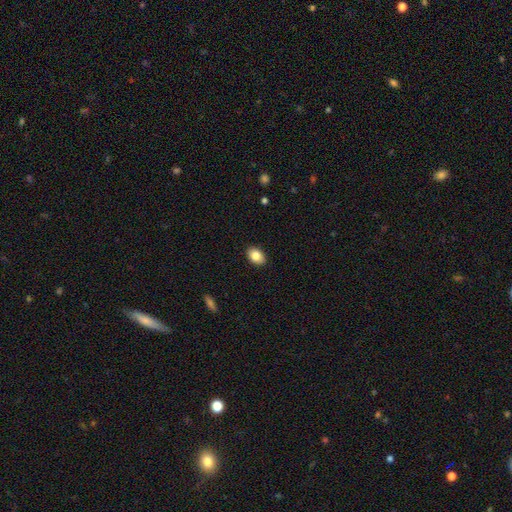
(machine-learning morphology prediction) This is clearly a smooth galaxy (85%). How rounded: clearly in between (81%). Merging: clearly none (89%).